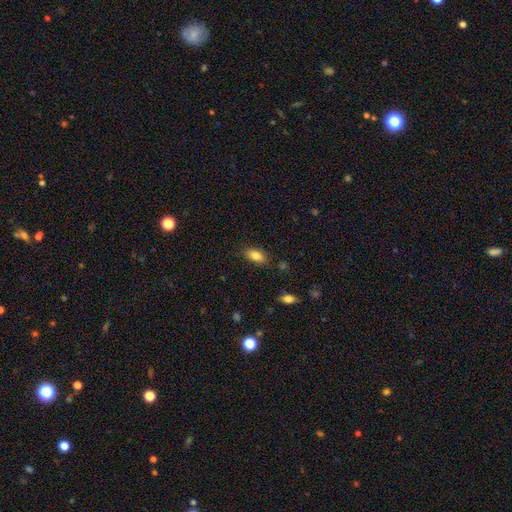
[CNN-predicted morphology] smooth_or_featured: smooth (p=0.84) [alt: star or artifact p=0.08]
how_rounded: in between (p=0.88) [alt: cigar-shaped p=0.08]
merging: none (p=0.83) [alt: minor disturbance p=0.12]